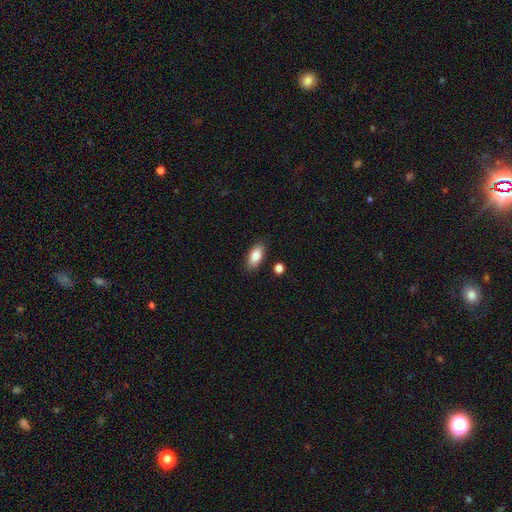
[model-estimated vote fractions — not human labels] Q: Smooth or featured?
A: smooth (84%); runner-up: featured or disk (9%)
Q: How rounded?
A: in between (88%); runner-up: cigar-shaped (9%)
Q: Merging?
A: none (84%); runner-up: minor disturbance (10%)